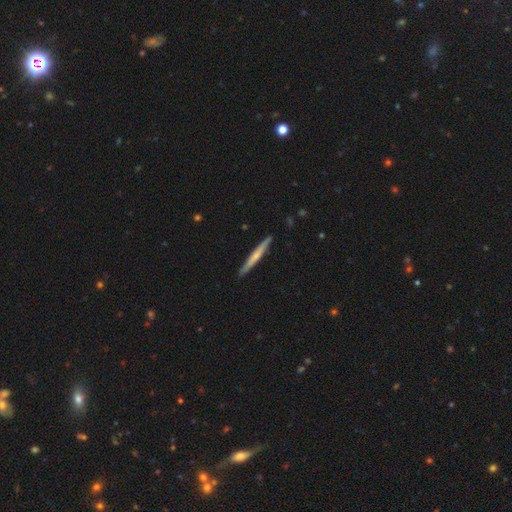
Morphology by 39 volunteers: A featured or disk galaxy (56%) viewed edge-on (100%) with no central bulge (59%). Merging: none (95%).